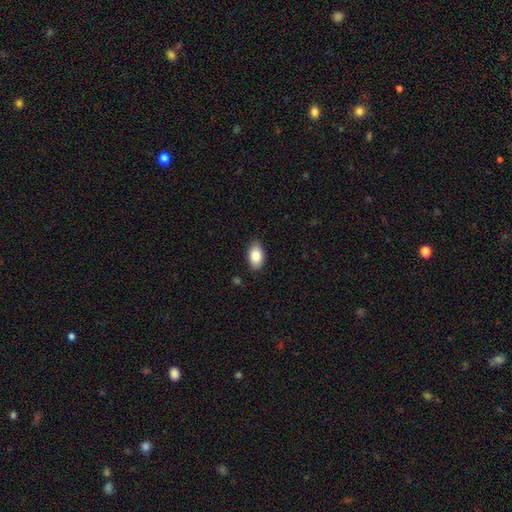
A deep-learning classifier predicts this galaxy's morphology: smooth-or-featured: smooth: 86% | featured or disk: 7% | star or artifact: 7%
  how-rounded: in between: 93% | round: 5% | cigar-shaped: 2%
  merging: none: 87% | minor disturbance: 10% | major disturbance: 2% | merger: 1%